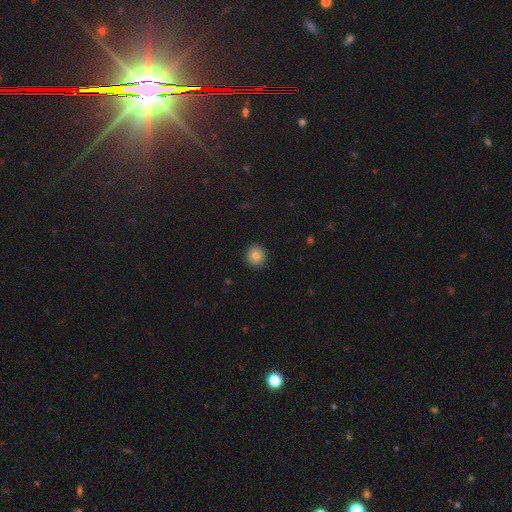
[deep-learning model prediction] Morphology: type=smooth (81%); roundness=round (91%); merging=none (90%).